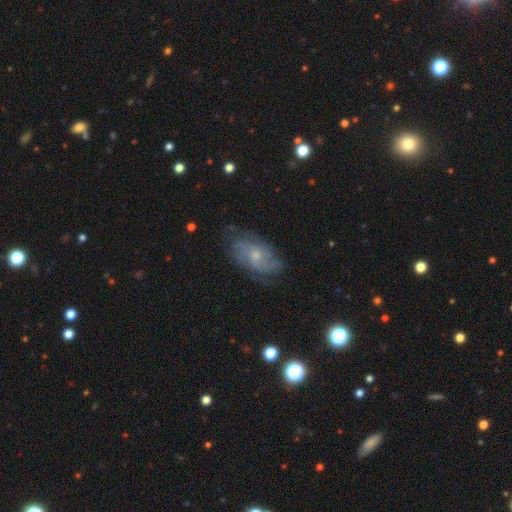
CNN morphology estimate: A featured or disk galaxy (68%) with no bar (73%), medium (42%) spiral arms (86%) and a small central bulge (57%). Merging: none (69%).